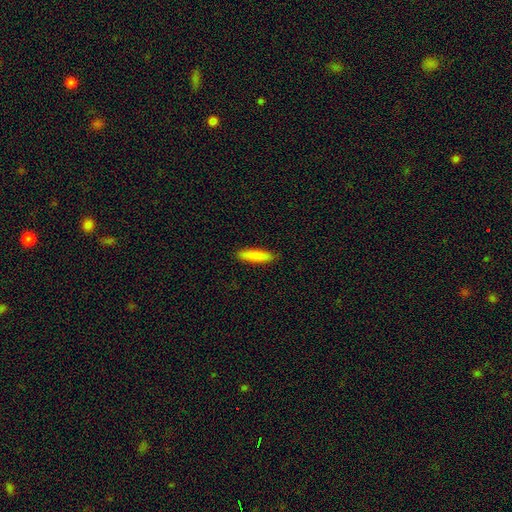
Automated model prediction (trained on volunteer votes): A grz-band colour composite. It shows a smooth galaxy with no disk features (87%) that is cigar-shaped (76%). Merging: none (89%).